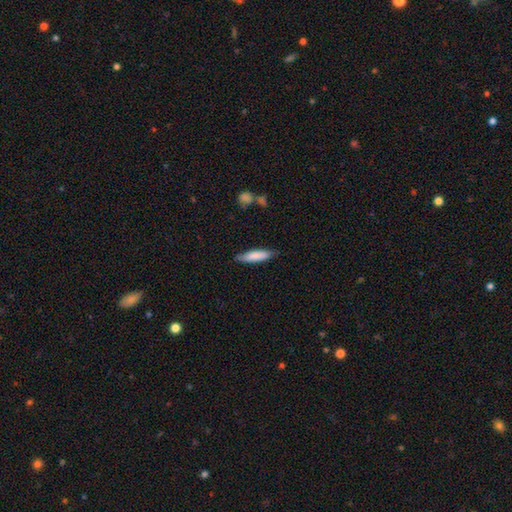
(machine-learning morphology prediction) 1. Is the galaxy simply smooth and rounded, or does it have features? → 81% smooth, 14% featured or disk, 6% star or artifact.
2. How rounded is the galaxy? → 75% cigar-shaped, 23% in between, 1% round.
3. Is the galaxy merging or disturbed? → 82% none, 14% minor disturbance, 2% major disturbance, 2% merger.